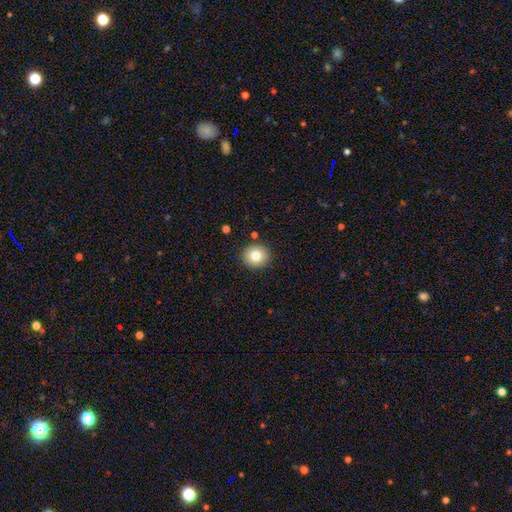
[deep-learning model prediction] A smooth galaxy with no disk features (79%) that is round (89%).

Vote fractions:
- Smooth or featured? smooth: 79% / featured or disk: 11% / star or artifact: 10%
- How rounded? round: 89% / in between: 11% / cigar-shaped: 1%
- Merging? none: 90% / minor disturbance: 6% / merger: 2% / major disturbance: 2%